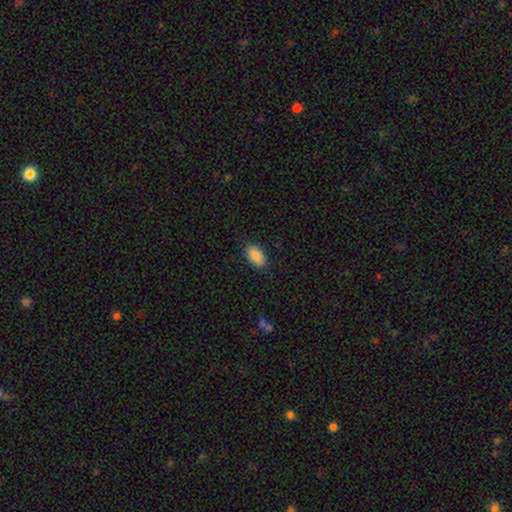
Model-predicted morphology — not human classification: smooth 90%, star or artifact 7%, featured or disk 3%. Down the decision tree: how rounded — in between (94%); merging — none (86%).